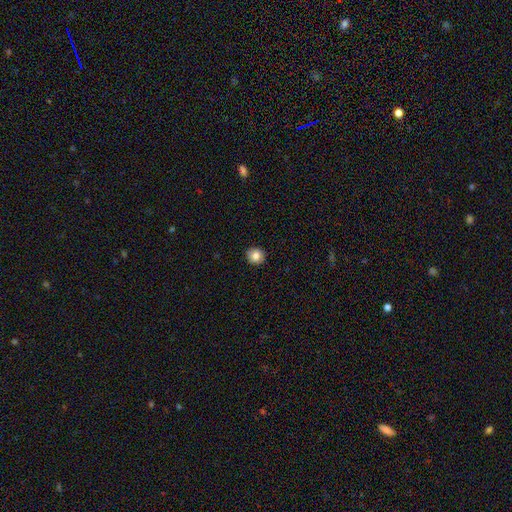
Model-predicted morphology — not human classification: This appears to be a smooth galaxy with no disk features (83%) that is round (91%). Merging: none (92%).